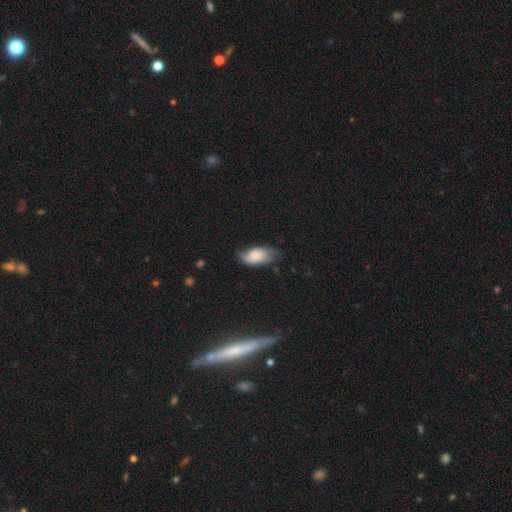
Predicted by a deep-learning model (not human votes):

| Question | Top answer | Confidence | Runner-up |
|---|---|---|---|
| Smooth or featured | smooth | 66% | featured or disk (26%) |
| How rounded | in between | 93% | cigar-shaped (4%) |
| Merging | none | 51% | minor disturbance (35%) |